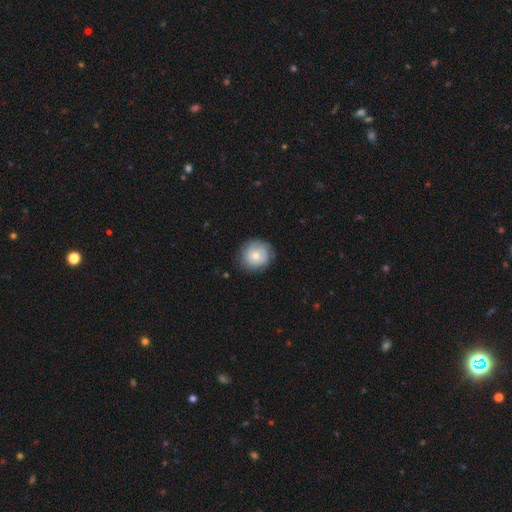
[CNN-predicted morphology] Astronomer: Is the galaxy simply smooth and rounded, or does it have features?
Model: smooth — 50% (runner-up: featured or disk, 43%).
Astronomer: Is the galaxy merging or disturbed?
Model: none — 77%.